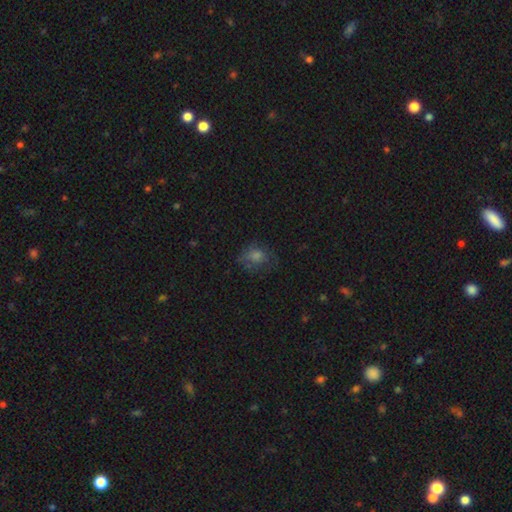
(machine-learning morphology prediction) type=smooth (62%); roundness=round (59%); merging=none (61%).